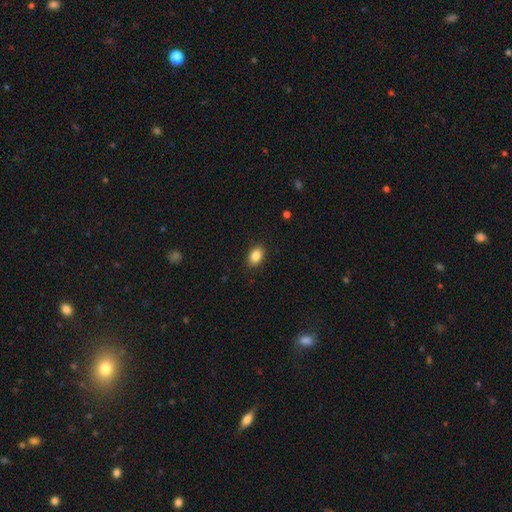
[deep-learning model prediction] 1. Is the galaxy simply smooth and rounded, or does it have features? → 86% smooth, 8% star or artifact, 6% featured or disk.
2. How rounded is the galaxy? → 83% in between, 15% round, 1% cigar-shaped.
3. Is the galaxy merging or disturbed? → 89% none, 8% minor disturbance, 2% major disturbance, 1% merger.